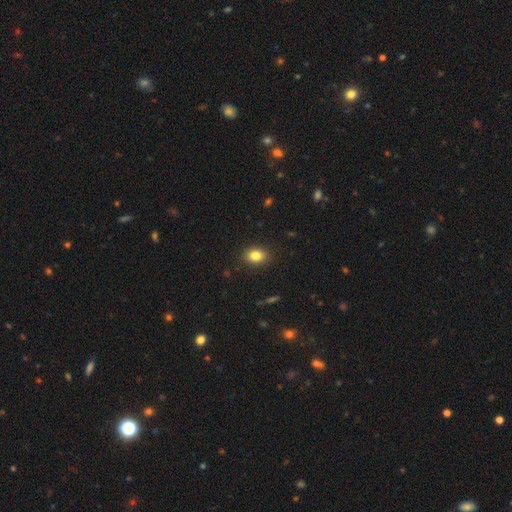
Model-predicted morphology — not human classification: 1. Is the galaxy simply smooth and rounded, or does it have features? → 83% smooth, 10% star or artifact, 7% featured or disk.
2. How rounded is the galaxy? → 68% in between, 31% round, 1% cigar-shaped.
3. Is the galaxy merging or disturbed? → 89% none, 8% minor disturbance, 2% major disturbance, 1% merger.